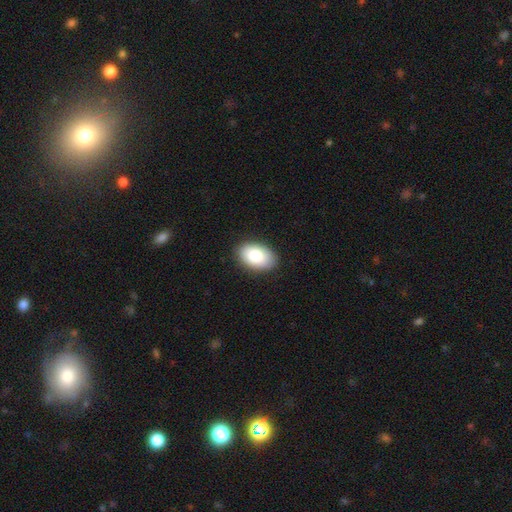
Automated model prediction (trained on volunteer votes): Overall: smooth (83%). How rounded: in between (91%). Merging: none (88%).